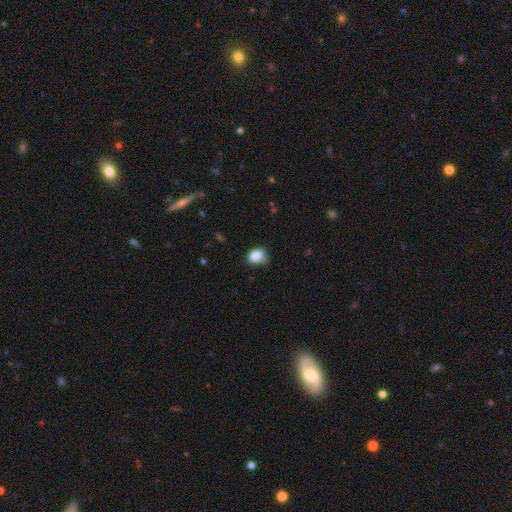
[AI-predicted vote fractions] Smooth or featured?
  - smooth: 84% *
  - star or artifact: 9%
  - featured or disk: 6%
How rounded?
  - in between: 63% *
  - round: 35%
  - cigar-shaped: 1%
Merging?
  - none: 59% *
  - minor disturbance: 31%
  - major disturbance: 7%
  - merger: 3%